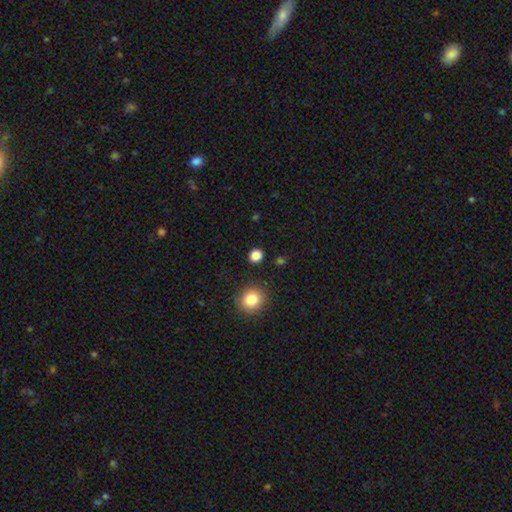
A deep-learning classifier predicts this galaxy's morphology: smooth 84%, star or artifact 13%, featured or disk 3%. Down the decision tree: how rounded — round (83%); merging — none (89%).